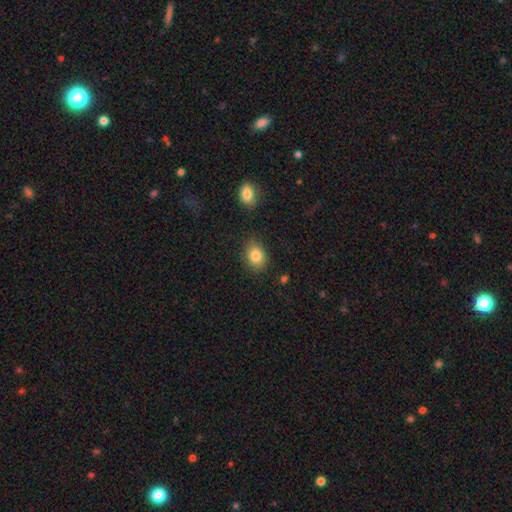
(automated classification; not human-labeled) Smooth or featured? Predicted: smooth (p=0.83). How rounded? Predicted: in between (p=0.53). Merging? Predicted: none (p=0.83).